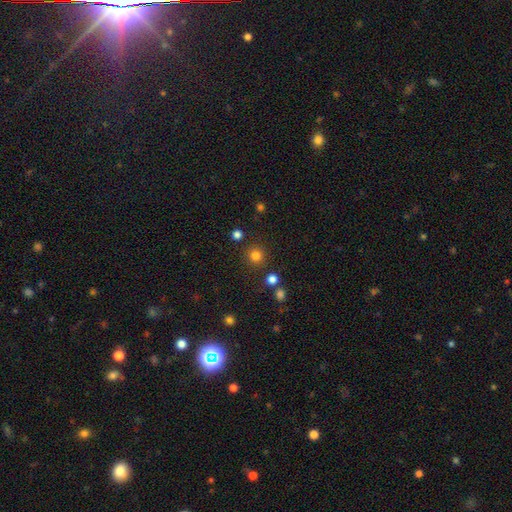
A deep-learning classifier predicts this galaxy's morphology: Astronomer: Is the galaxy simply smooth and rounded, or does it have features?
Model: smooth — 80%.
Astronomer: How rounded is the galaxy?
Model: round — 94%.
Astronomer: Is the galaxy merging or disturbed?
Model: none — 87%.